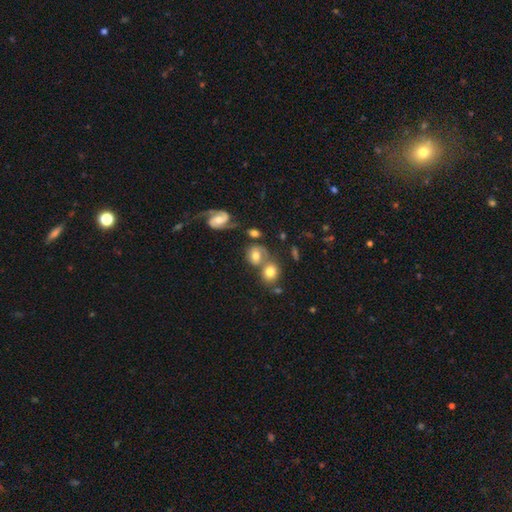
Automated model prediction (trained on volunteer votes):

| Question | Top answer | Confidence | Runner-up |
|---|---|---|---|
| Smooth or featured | smooth | 60% | featured or disk (30%) |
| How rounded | round | 65% | in between (33%) |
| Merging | merger | 41% | tied: none (41%) |